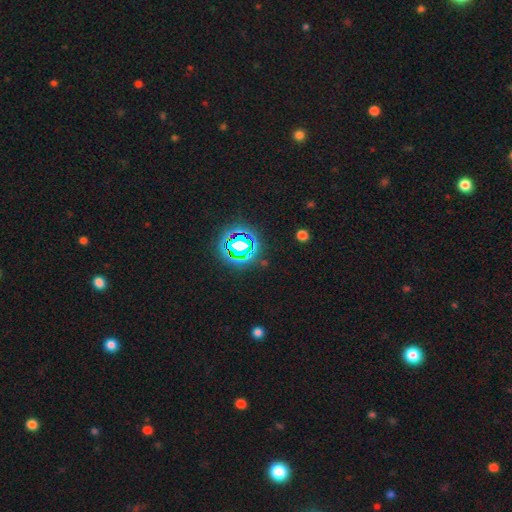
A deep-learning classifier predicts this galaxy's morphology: Q: Smooth or featured?
A: star or artifact (80%); runner-up: smooth (13%)